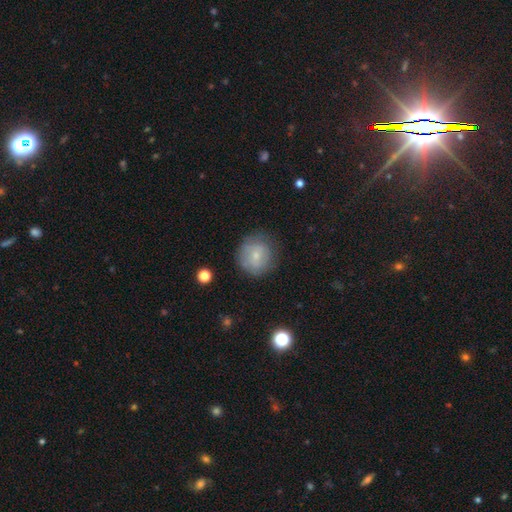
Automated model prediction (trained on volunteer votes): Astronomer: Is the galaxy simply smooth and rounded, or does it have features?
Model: smooth — 60%.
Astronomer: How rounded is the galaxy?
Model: round — 88%.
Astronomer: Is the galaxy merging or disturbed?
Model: none — 75%.